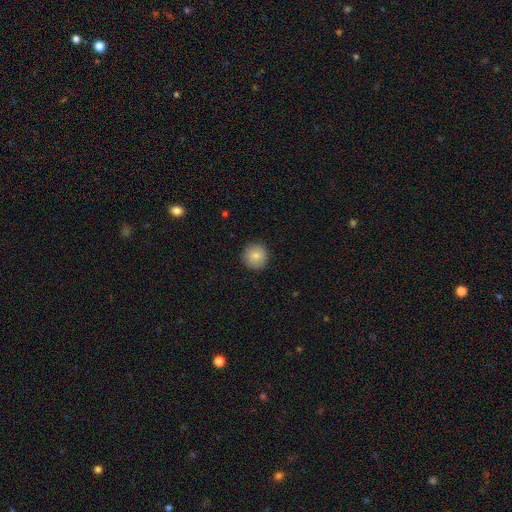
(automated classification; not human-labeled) This is clearly a smooth galaxy (82%). How rounded: clearly round (95%). Merging: clearly none (90%).